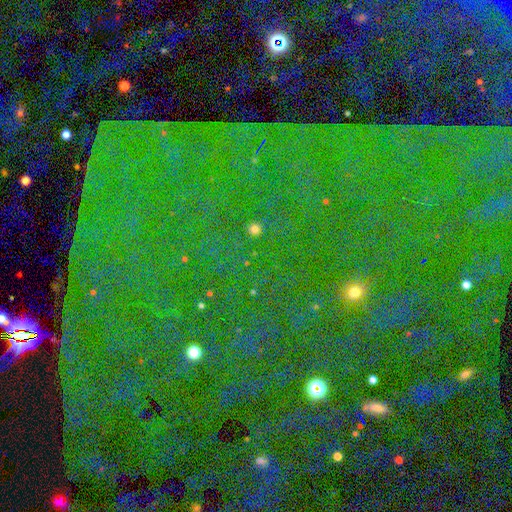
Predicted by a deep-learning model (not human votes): star or artifact 84%, smooth 9%, featured or disk 8%.